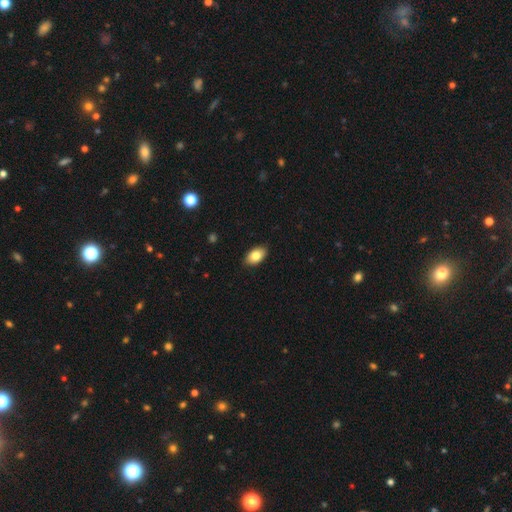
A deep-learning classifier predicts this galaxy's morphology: smooth-or-featured: smooth: 82% | featured or disk: 10% | star or artifact: 7%
  how-rounded: in between: 92% | round: 7% | cigar-shaped: 2%
  merging: none: 88% | minor disturbance: 9% | major disturbance: 2% | merger: 1%